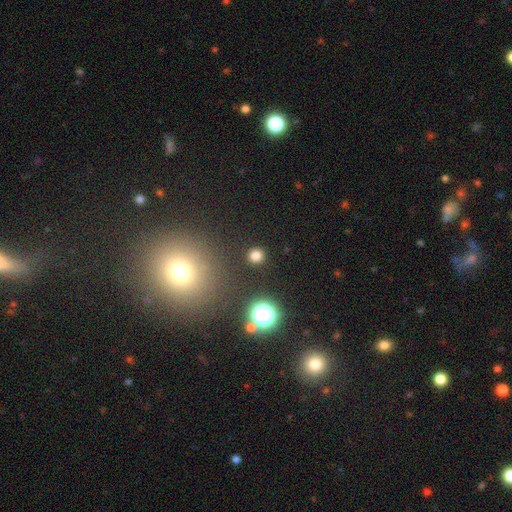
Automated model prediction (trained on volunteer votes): Smooth or featured? Predicted: smooth (p=0.77). How rounded? Predicted: round (p=0.92). Merging? Predicted: none (p=0.90).